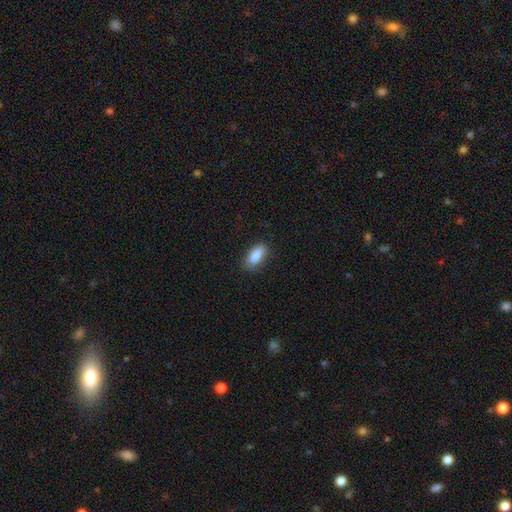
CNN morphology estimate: Smooth or featured?
  - smooth: 87% *
  - star or artifact: 7%
  - featured or disk: 6%
How rounded?
  - in between: 85% *
  - cigar-shaped: 12%
  - round: 3%
Merging?
  - none: 78% *
  - minor disturbance: 17%
  - major disturbance: 4%
  - merger: 1%